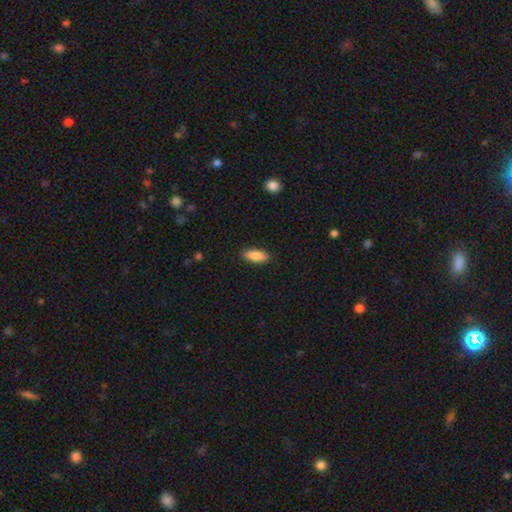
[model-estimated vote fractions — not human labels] Q: Smooth or featured?
A: smooth (87%); runner-up: featured or disk (7%)
Q: How rounded?
A: in between (76%); runner-up: cigar-shaped (21%)
Q: Merging?
A: none (89%); runner-up: minor disturbance (8%)